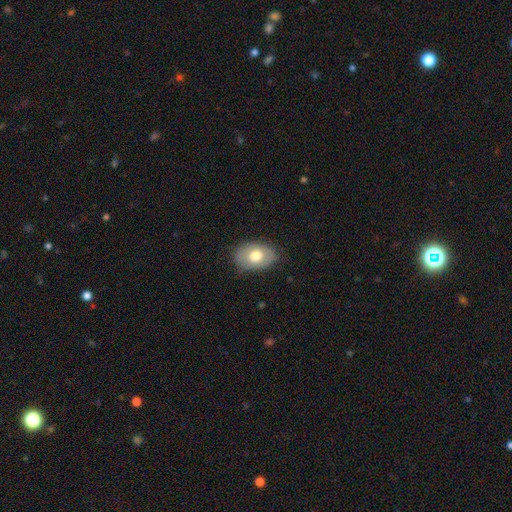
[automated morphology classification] smooth_or_featured: smooth (p=0.69) [alt: featured or disk p=0.24]
how_rounded: in between (p=0.85) [alt: round p=0.14]
merging: none (p=0.81) [alt: minor disturbance p=0.14]